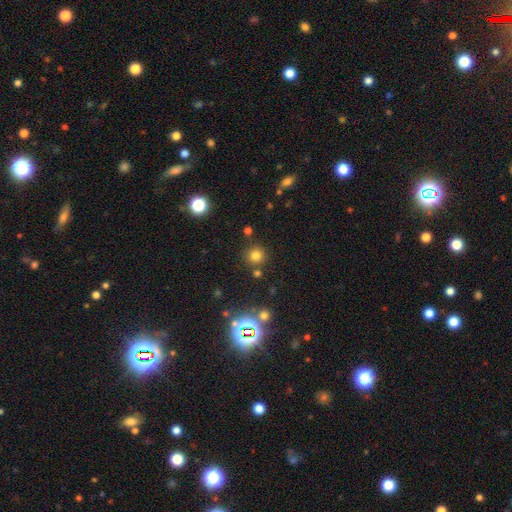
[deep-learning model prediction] Overall: smooth (73%). How rounded: round (94%). Merging: none (83%).